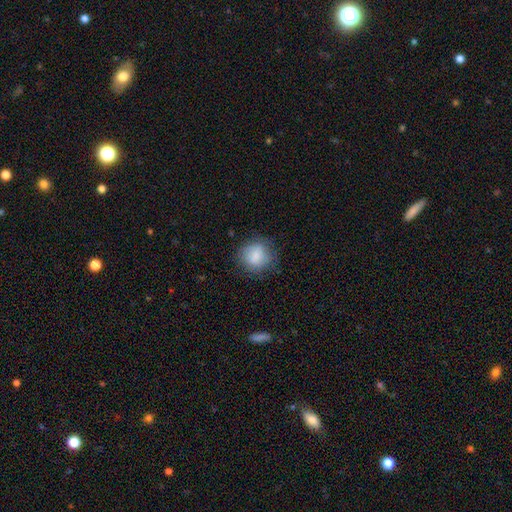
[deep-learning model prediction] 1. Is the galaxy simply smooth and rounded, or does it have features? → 82% smooth, 10% featured or disk, 8% star or artifact.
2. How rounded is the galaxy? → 82% round, 17% in between, 1% cigar-shaped.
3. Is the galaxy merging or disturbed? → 77% none, 16% minor disturbance, 6% major disturbance, 1% merger.